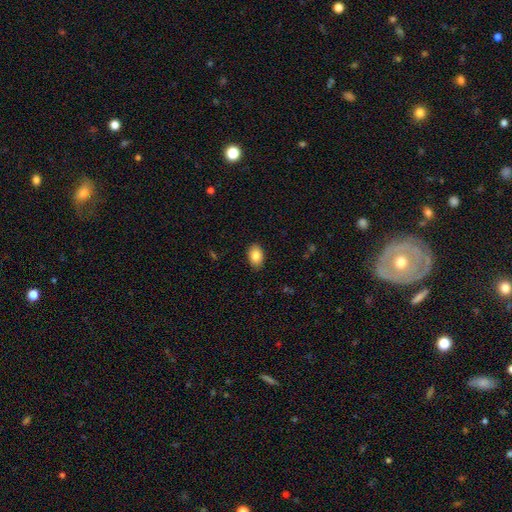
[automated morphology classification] type=smooth (85%); roundness=in between (88%); merging=none (89%).